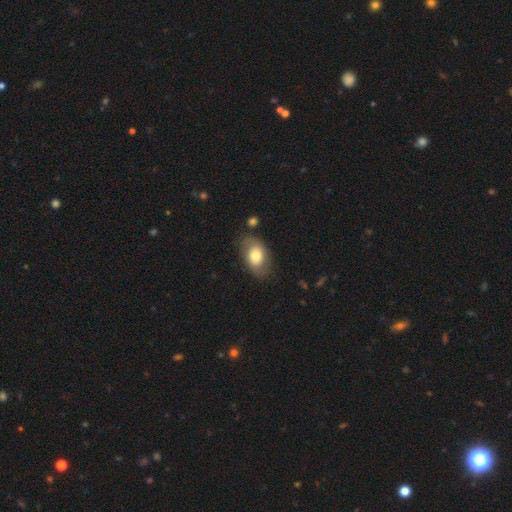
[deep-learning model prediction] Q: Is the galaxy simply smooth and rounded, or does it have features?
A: smooth — 67%.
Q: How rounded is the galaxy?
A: in between — 84%.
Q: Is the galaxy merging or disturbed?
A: none — 70%.